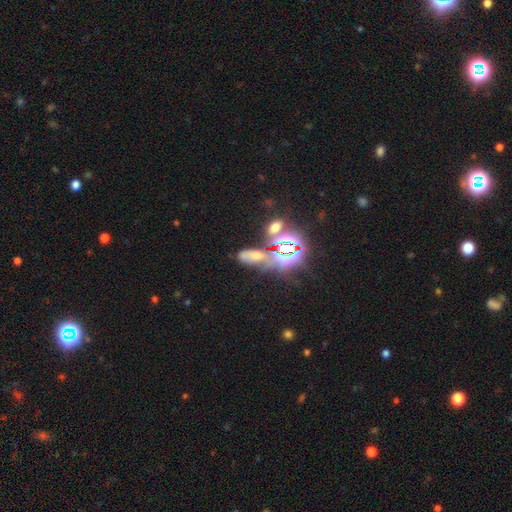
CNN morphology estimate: This is possibly a star or artifact rather than a galaxy (60%).